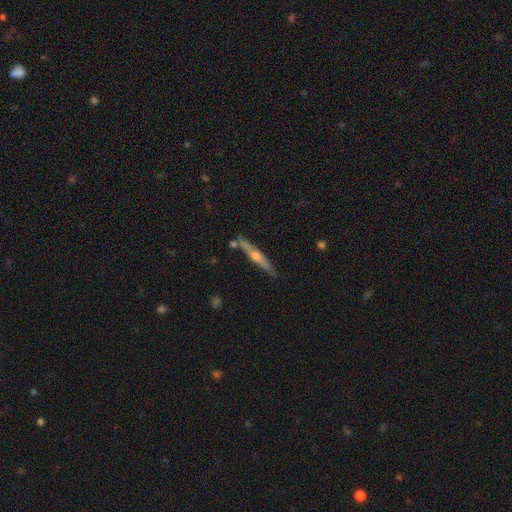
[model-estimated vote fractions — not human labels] This is likely a featured or disk galaxy (67%). It is clearly viewed edge-on (96%). Edge-on bulge: clearly rounded (84%). Merging: clearly none (82%).